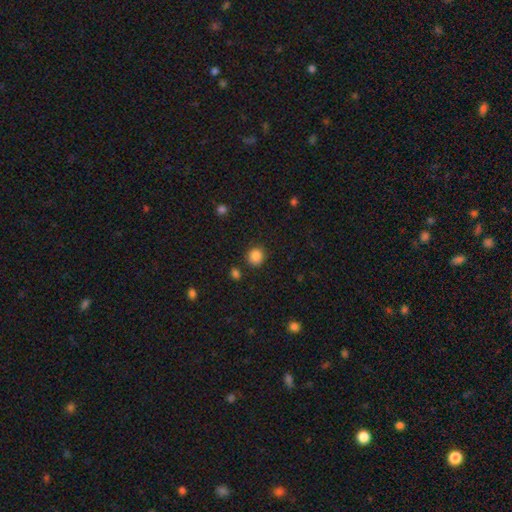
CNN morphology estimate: smooth 85%, star or artifact 11%, featured or disk 4%. Down the decision tree: how rounded — round (89%); merging — none (86%).